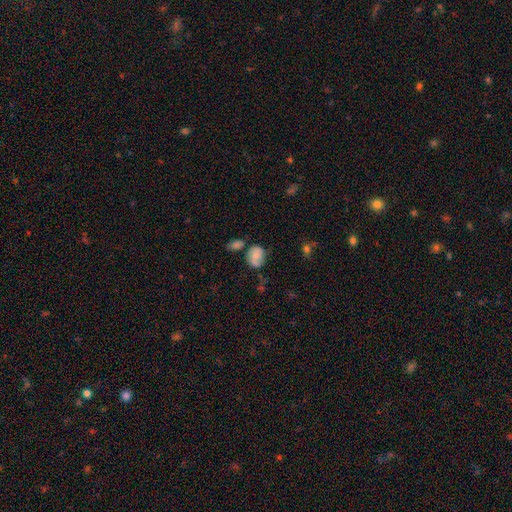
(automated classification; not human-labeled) smooth 59%, featured or disk 32%, star or artifact 9%. Down the decision tree: how rounded — in between (60%); merging — none (51%).